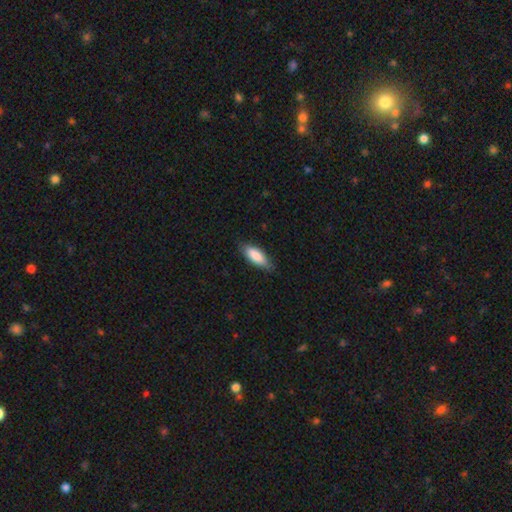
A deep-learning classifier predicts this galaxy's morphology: Smooth or featured: smooth — 83% (featured or disk — 11%)
How rounded: in between — 69% (cigar-shaped — 29%)
Merging: none — 80% (minor disturbance — 17%)